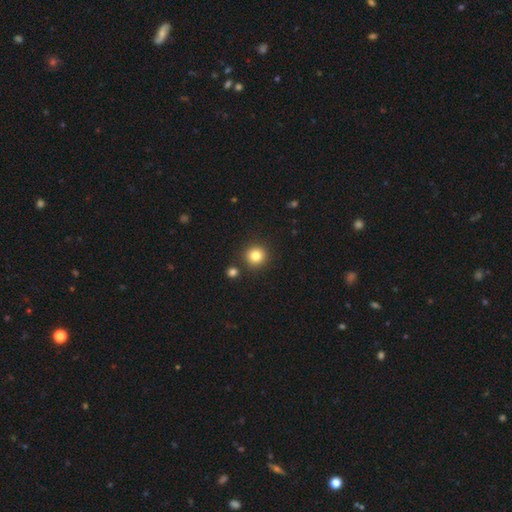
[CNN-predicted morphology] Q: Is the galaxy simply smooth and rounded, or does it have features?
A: smooth — 82%.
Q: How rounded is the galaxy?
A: round — 94%.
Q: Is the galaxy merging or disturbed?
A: none — 87%.